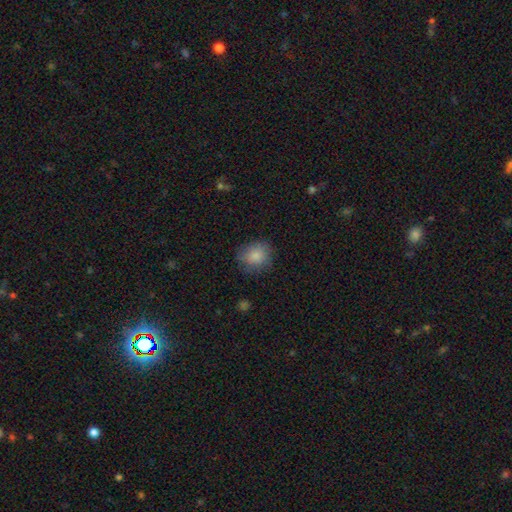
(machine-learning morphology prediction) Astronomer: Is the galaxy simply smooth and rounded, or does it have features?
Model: smooth — 85%.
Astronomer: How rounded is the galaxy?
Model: round — 72%.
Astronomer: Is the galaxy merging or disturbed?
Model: none — 75%.